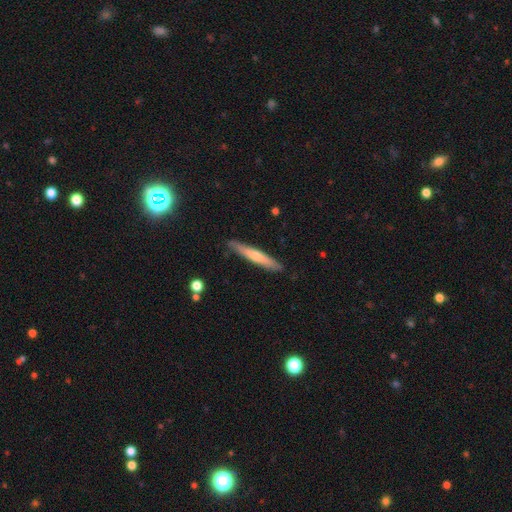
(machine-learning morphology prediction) Q: Smooth or featured?
A: featured or disk (51%); runner-up: smooth (41%)
Q: Edge-on disk?
A: yes (92%); runner-up: no (8%)
Q: Merging?
A: none (88%); runner-up: minor disturbance (9%)